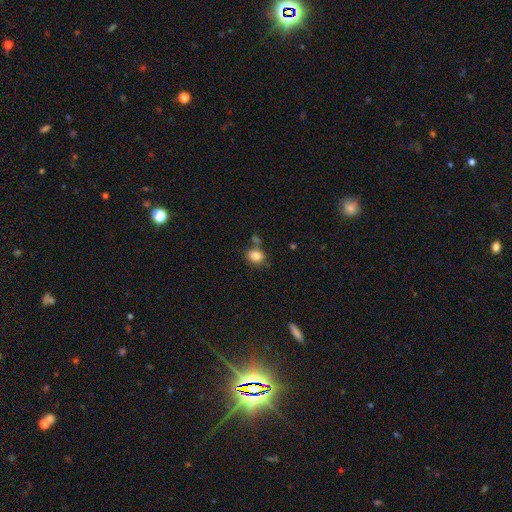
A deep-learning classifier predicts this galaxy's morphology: A smooth galaxy with no disk features (85%) that is in between round and cigar-shaped (59%).

Vote fractions:
- Smooth or featured? smooth: 85% / star or artifact: 10% / featured or disk: 6%
- How rounded? in between: 59% / round: 39% / cigar-shaped: 1%
- Merging? none: 65% / minor disturbance: 16% / merger: 14% / major disturbance: 5%